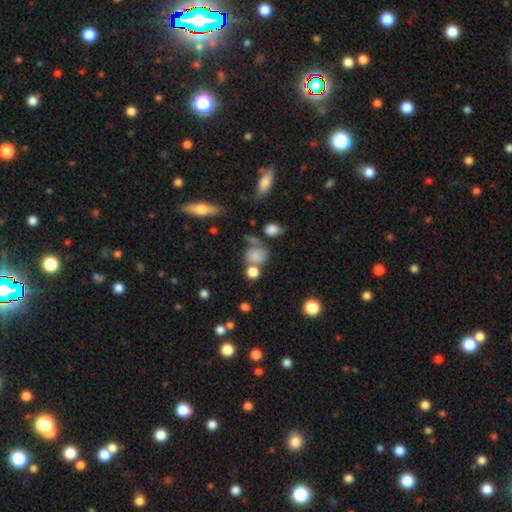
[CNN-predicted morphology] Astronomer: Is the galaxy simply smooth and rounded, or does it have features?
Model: smooth — 73%.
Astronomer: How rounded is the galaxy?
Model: round — 67%.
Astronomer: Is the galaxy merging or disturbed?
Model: none — 40% (runner-up: merger, 29%).